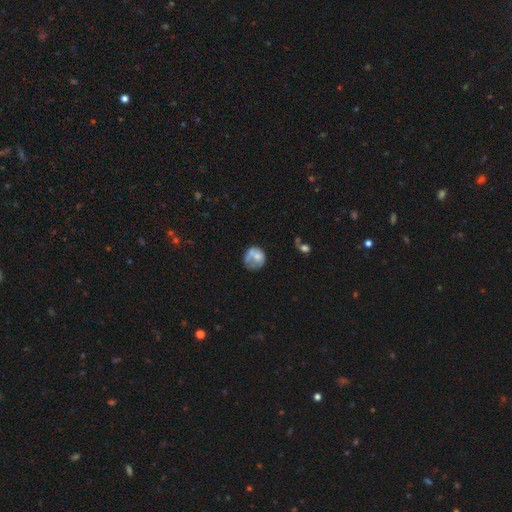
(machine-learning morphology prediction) Smooth or featured?
  - smooth: 55% *
  - featured or disk: 36%
  - star or artifact: 10%
How rounded?
  - round: 71% *
  - in between: 28%
  - cigar-shaped: 1%
Merging?
  - none: 36% *
  - minor disturbance: 23%
  - merger: 21%
  - major disturbance: 20%